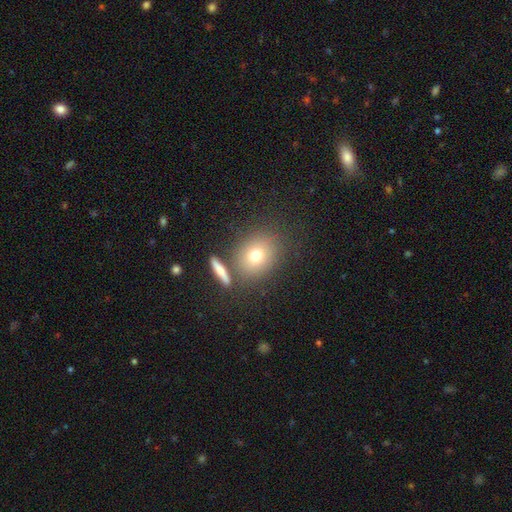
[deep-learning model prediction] Smooth or featured? smooth (73%)
How rounded? round (62%)
Merging? none (73%)